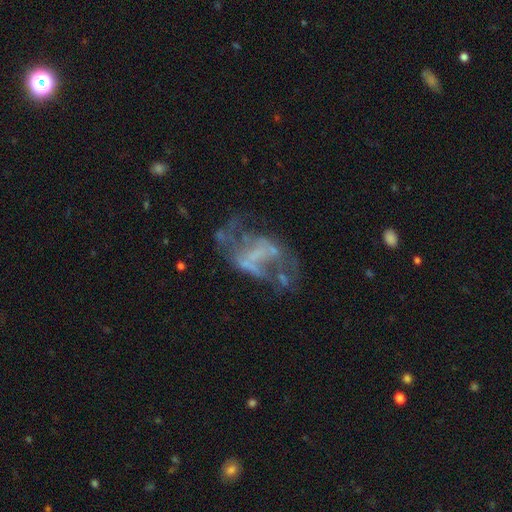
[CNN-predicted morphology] Q: Smooth or featured?
A: featured or disk (72%); runner-up: smooth (14%)
Q: Edge-on disk?
A: no (97%); runner-up: yes (3%)
Q: Bar?
A: no (58%); runner-up: weak (25%)
Q: Spiral arms?
A: no (64%); runner-up: yes (36%)
Q: Bulge size?
A: none (73%); runner-up: small (15%)
Q: Merging?
A: major disturbance (39%); runner-up: none (35%)